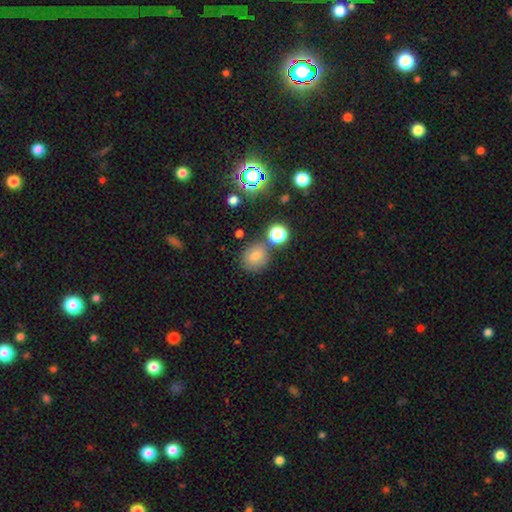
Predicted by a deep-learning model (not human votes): Smooth or featured? smooth (70%)
How rounded? round (78%)
Merging? none (70%)